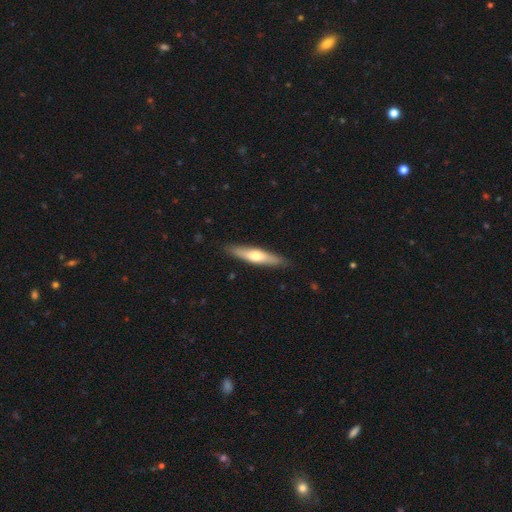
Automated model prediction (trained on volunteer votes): The model was most divided on "smooth or featured": smooth: 53%, featured or disk: 42%, star or artifact: 5%. More confident: merging — none (88%); how rounded — cigar-shaped (82%).